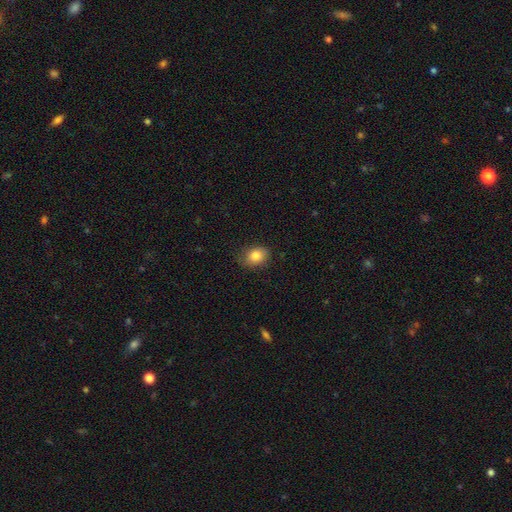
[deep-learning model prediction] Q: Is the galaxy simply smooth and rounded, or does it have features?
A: smooth — 83%.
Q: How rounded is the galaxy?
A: in between — 66%.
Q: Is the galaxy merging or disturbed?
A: none — 80%.